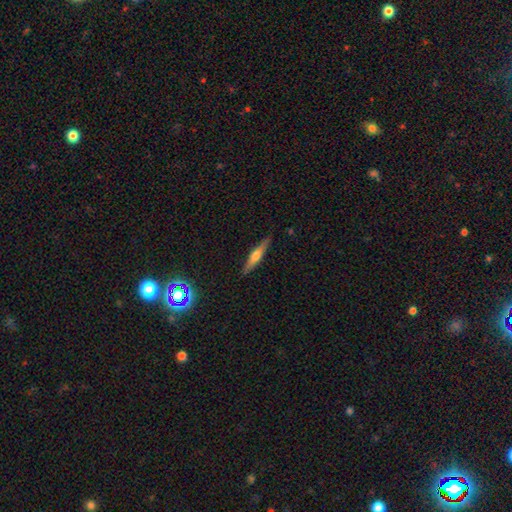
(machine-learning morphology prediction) Overall: featured or disk (47%; smooth 46%). Merging: none (88%).